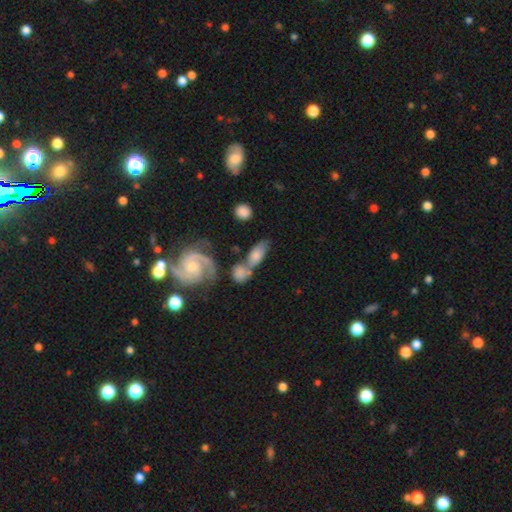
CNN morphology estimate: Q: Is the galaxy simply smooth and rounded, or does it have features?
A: featured or disk — 64%.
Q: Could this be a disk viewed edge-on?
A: no — 89%.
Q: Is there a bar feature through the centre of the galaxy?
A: no — 58%.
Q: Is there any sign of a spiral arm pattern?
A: yes — 90%.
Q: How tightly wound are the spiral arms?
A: medium — 43%.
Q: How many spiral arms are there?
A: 2 — 77%.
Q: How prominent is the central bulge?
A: small — 49%.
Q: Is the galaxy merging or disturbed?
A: none — 42%.